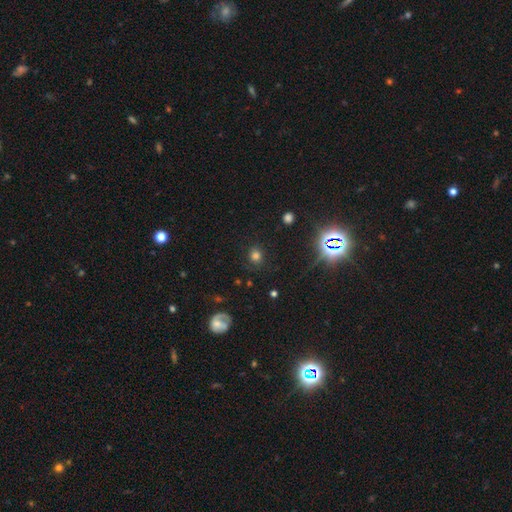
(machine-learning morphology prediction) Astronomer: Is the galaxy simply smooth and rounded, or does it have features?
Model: smooth — 69%.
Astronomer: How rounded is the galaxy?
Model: round — 78%.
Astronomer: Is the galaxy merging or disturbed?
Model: none — 82%.